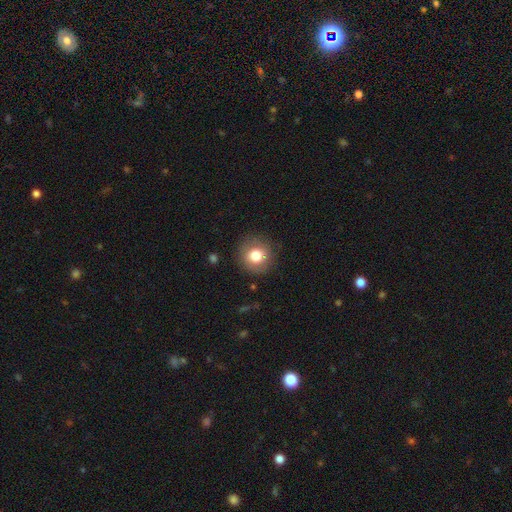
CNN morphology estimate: Q: Smooth or featured?
A: smooth (77%); runner-up: featured or disk (13%)
Q: How rounded?
A: round (91%); runner-up: in between (8%)
Q: Merging?
A: none (86%); runner-up: minor disturbance (9%)